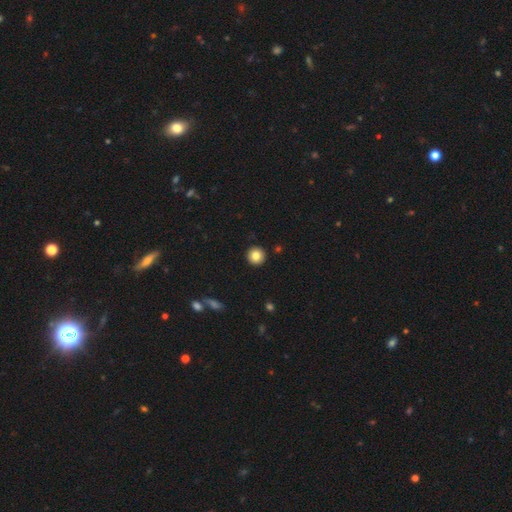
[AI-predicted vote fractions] smooth-or-featured: smooth: 83% | star or artifact: 9% | featured or disk: 7%
  how-rounded: round: 95% | in between: 4% | cigar-shaped: 1%
  merging: none: 93% | minor disturbance: 5% | major disturbance: 1% | merger: 1%